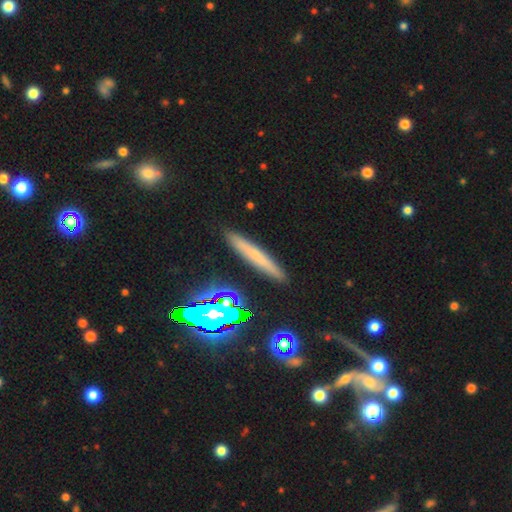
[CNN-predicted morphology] Smooth or featured?
  - smooth: 53% *
  - featured or disk: 32%
  - star or artifact: 14%
How rounded?
  - cigar-shaped: 92% *
  - in between: 5%
  - round: 3%
Merging?
  - none: 89% *
  - minor disturbance: 8%
  - major disturbance: 2%
  - merger: 2%